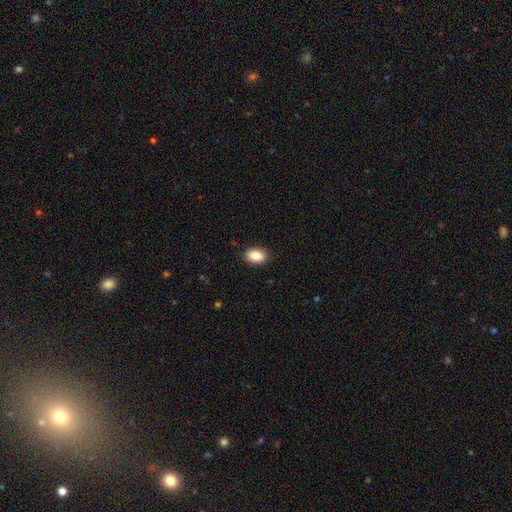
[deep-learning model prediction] This is clearly a smooth galaxy (87%). How rounded: clearly in between (86%). Merging: clearly none (90%).